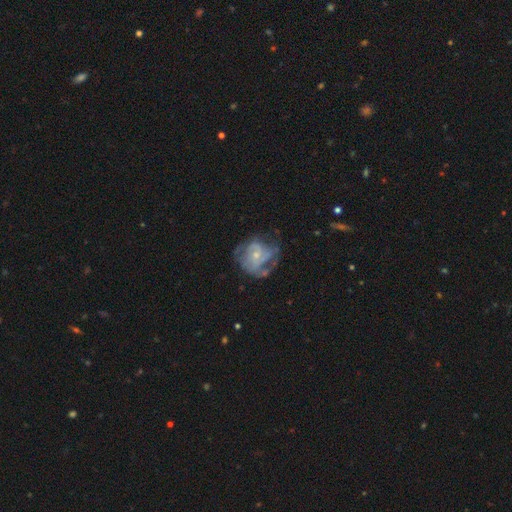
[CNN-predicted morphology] Q: Smooth or featured?
A: featured or disk (72%); runner-up: smooth (20%)
Q: Edge-on disk?
A: no (98%); runner-up: yes (2%)
Q: Bar?
A: no (67%); runner-up: weak (27%)
Q: Spiral arms?
A: yes (73%); runner-up: no (27%)
Q: Spiral winding?
A: tight (40%); tied with: medium (40%)
Q: Spiral arm count?
A: can't tell (40%); runner-up: 2 (25%)
Q: Bulge size?
A: small (63%); runner-up: moderate (30%)
Q: Merging?
A: none (46%); runner-up: major disturbance (28%)